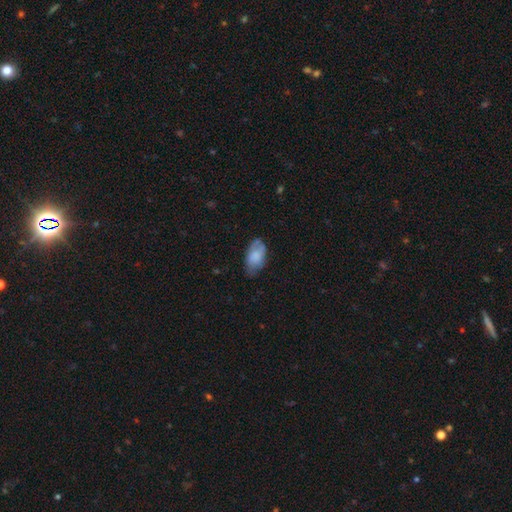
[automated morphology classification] This appears to be a smooth galaxy with no disk features (75%) that is in between round and cigar-shaped (94%). Merging: none (58%).